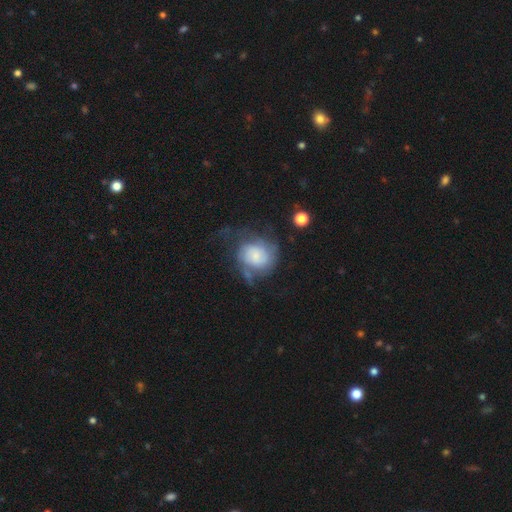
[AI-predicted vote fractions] A featured or disk galaxy (54%) with no bar (74%), spiral arms (80%) and a small central bulge (46%). Merging: none (38%).